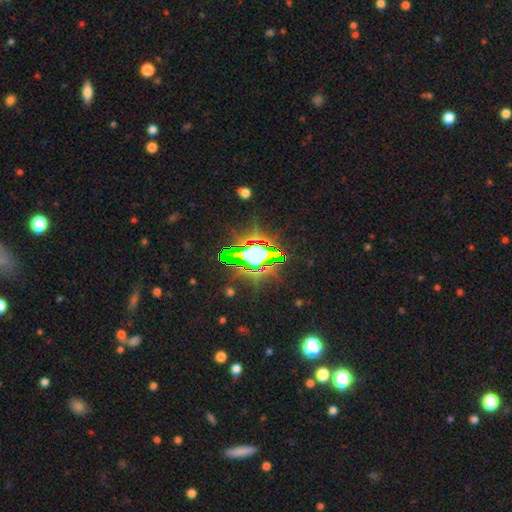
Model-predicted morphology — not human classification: smooth-or-featured: star or artifact: 76% | smooth: 12% | featured or disk: 12%